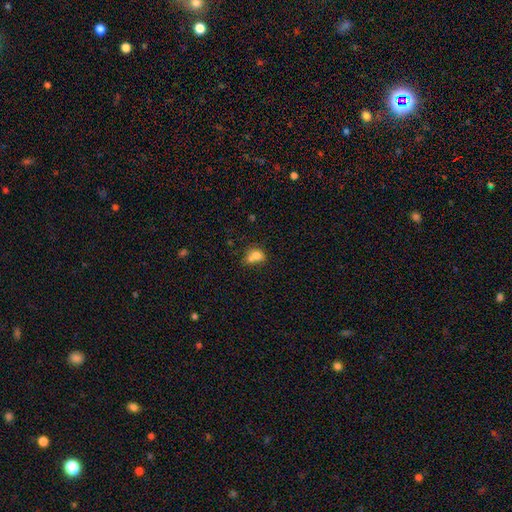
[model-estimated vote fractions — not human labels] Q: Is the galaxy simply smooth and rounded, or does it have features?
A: smooth — 73%.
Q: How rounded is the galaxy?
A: round — 51%.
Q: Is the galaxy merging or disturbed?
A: merger — 56%.